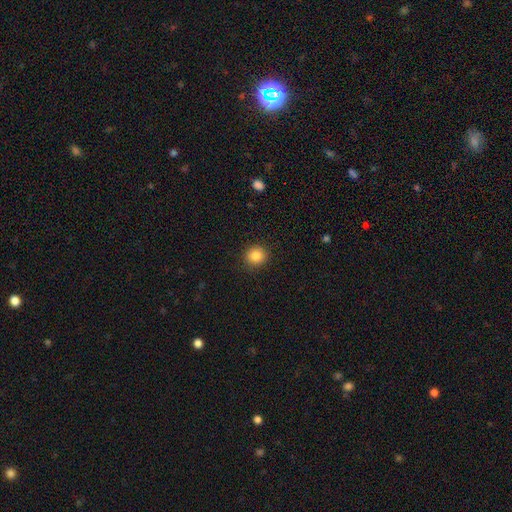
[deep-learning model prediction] This appears to be a smooth galaxy with no disk features (85%) that is round (89%). Merging: none (91%).